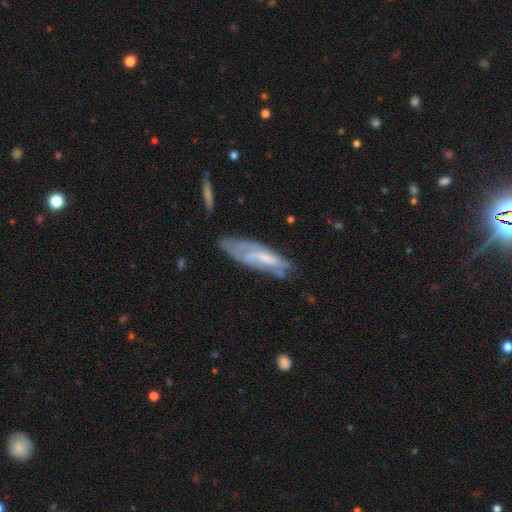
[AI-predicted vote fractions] smooth-or-featured: featured or disk: 52% | smooth: 39% | star or artifact: 9%
  disk-edge-on: no: 64% | yes: 36%
  merging: none: 57% | minor disturbance: 27% | major disturbance: 12% | merger: 4%